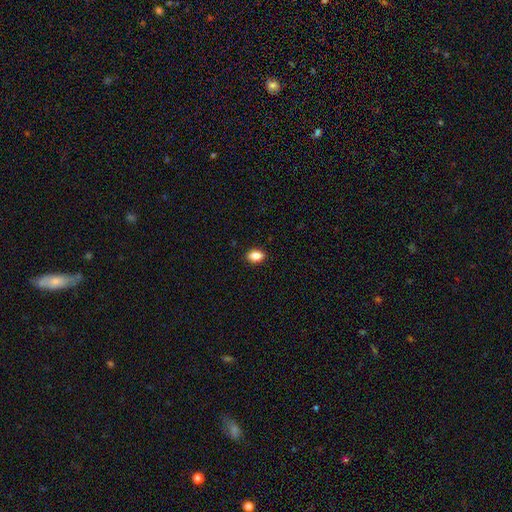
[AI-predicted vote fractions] smooth 85%, star or artifact 9%, featured or disk 6%. Down the decision tree: how rounded — in between (83%); merging — none (90%).